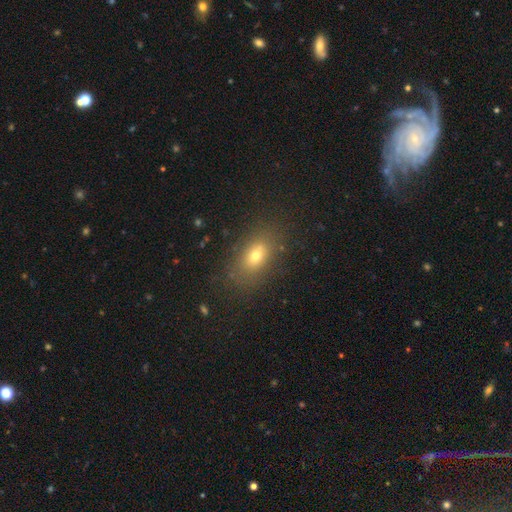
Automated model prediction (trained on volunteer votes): smooth_or_featured: smooth (p=0.71) [alt: featured or disk p=0.16]
how_rounded: in between (p=0.81) [alt: round p=0.15]
merging: none (p=0.81) [alt: minor disturbance p=0.12]